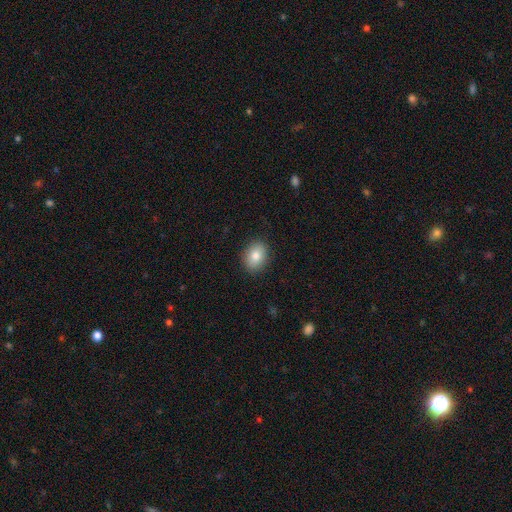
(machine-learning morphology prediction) This is clearly a smooth galaxy (83%). How rounded: likely in between (67%). Merging: clearly none (89%).